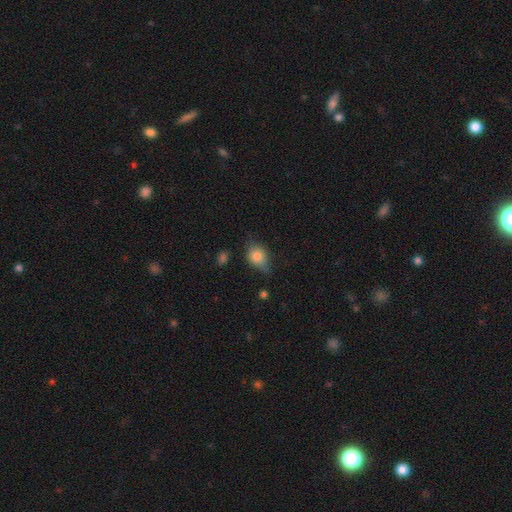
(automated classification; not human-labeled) A smooth galaxy with no disk features (76%) that is in between round and cigar-shaped (57%).

Vote fractions:
- Smooth or featured? smooth: 76% / featured or disk: 15% / star or artifact: 10%
- How rounded? in between: 57% / round: 41% / cigar-shaped: 2%
- Merging? none: 53% / minor disturbance: 35% / major disturbance: 9% / merger: 2%